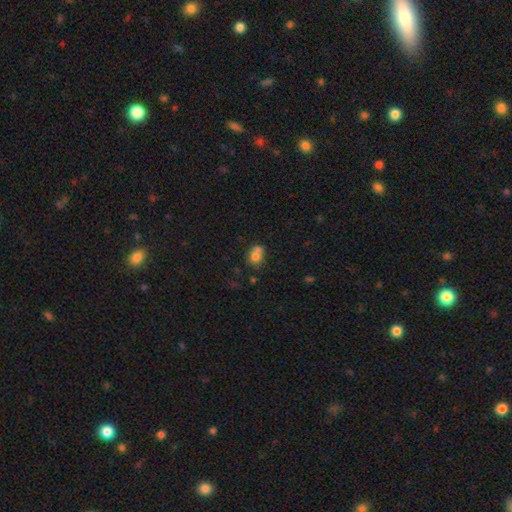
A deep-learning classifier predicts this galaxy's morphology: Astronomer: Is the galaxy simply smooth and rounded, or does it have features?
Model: smooth — 71%.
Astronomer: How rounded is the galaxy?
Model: round — 58% (runner-up: in between, 41%).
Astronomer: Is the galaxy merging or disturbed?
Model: merger — 48% (runner-up: none, 34%).